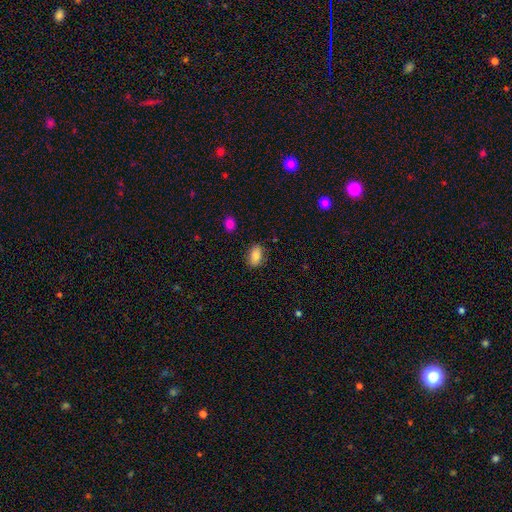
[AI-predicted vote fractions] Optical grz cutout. It shows a smooth galaxy with no disk features (84%) that is in between round and cigar-shaped (89%). Merging: none (84%).